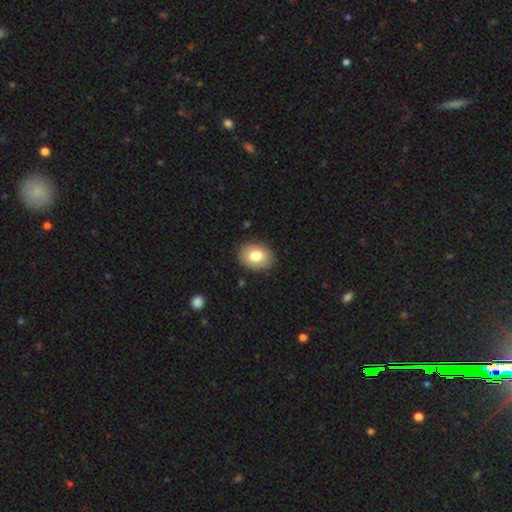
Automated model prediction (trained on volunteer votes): This appears to be a smooth galaxy with no disk features (80%) that is in between round and cigar-shaped (66%). Merging: none (88%).